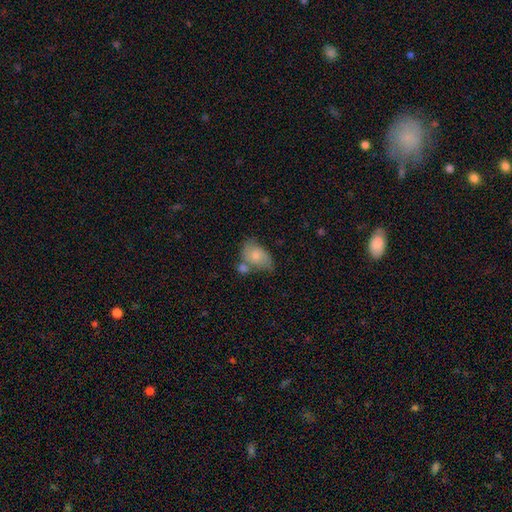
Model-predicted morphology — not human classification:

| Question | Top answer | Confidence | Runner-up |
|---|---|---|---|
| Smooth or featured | smooth | 67% | featured or disk (26%) |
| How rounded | in between | 82% | round (16%) |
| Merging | none | 35% | merger (31%) |